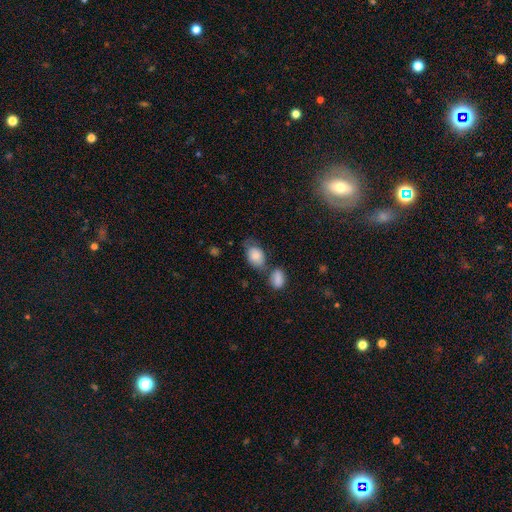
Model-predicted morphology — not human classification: The model was most divided on "merging": none: 46%, merger: 24%, minor disturbance: 21%, major disturbance: 9%. More confident: how rounded — in between (82%); smooth or featured — smooth (82%).